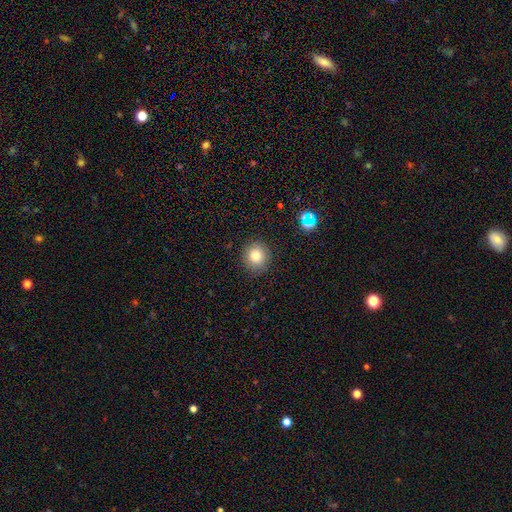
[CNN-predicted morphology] Overall: smooth (80%). How rounded: round (90%). Merging: none (89%).